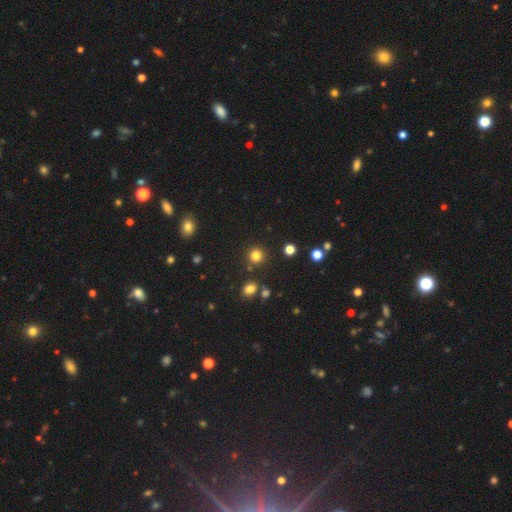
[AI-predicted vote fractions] A smooth galaxy with no disk features (80%) that is round (92%). Merging: none (86%).